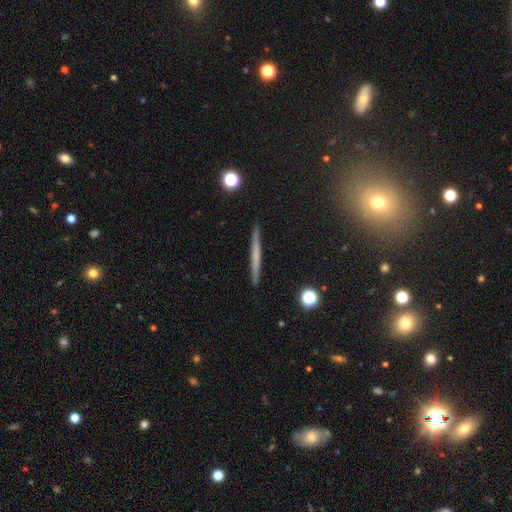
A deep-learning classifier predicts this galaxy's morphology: Overall: smooth (46%, tied with featured or disk). Merging: none (91%).